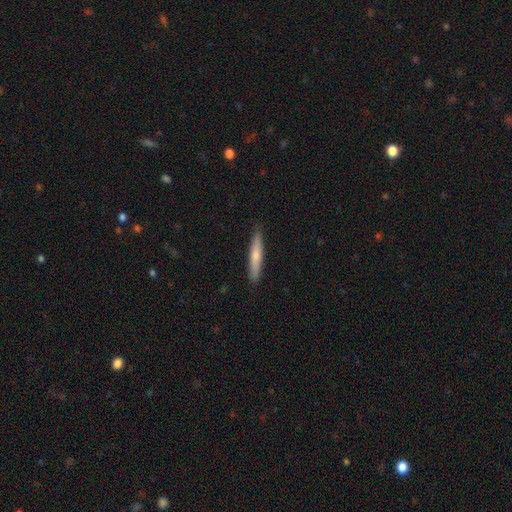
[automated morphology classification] Overall: smooth (61%; featured or disk 33%). How rounded: cigar-shaped (93%). Merging: none (89%).